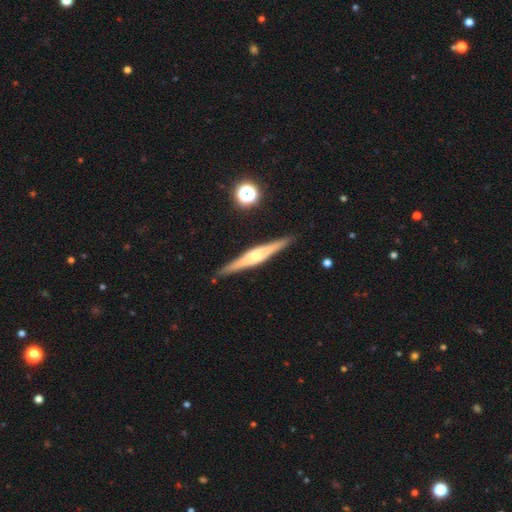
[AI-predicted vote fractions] smooth_or_featured: featured or disk (p=0.75) [alt: smooth p=0.20]
disk_edge_on: yes (p=0.98) [alt: no p=0.02]
edge_on_bulge: rounded (p=0.76) [alt: boxy p=0.19]
merging: none (p=0.90) [alt: minor disturbance p=0.07]